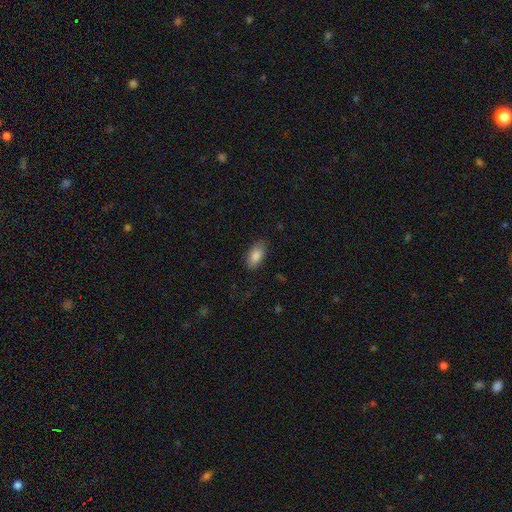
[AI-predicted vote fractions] The model was most divided on "merging": none: 83%, minor disturbance: 13%, major disturbance: 3%, merger: 1%. More confident: how rounded — in between (92%); smooth or featured — smooth (86%).